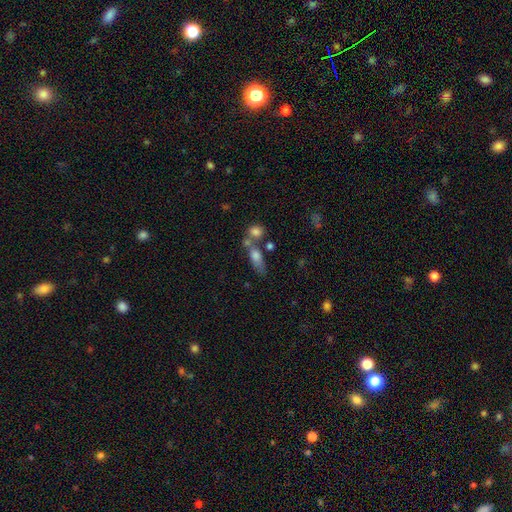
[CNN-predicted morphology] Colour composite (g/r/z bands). It shows a smooth galaxy with no disk features (71%) that is in between round and cigar-shaped (65%). Merging: none (39%).